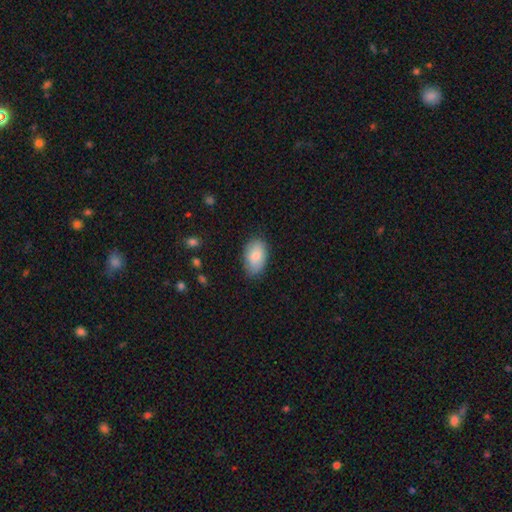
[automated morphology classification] smooth_or_featured: smooth (p=0.82) [alt: featured or disk p=0.12]
how_rounded: in between (p=0.92) [alt: round p=0.07]
merging: none (p=0.76) [alt: minor disturbance p=0.20]